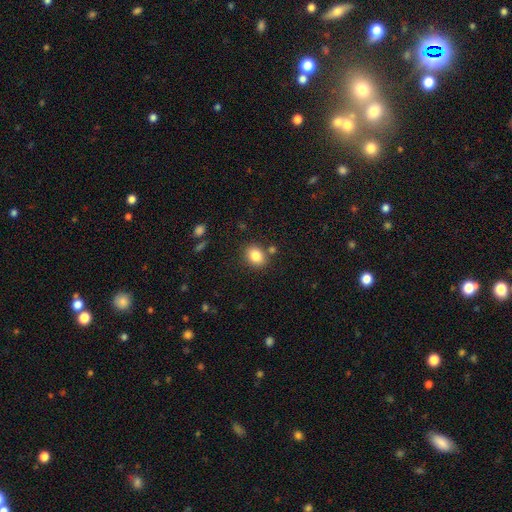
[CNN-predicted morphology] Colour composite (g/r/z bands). It shows a smooth galaxy with no disk features (84%) that is round (50%). Merging: none (79%).